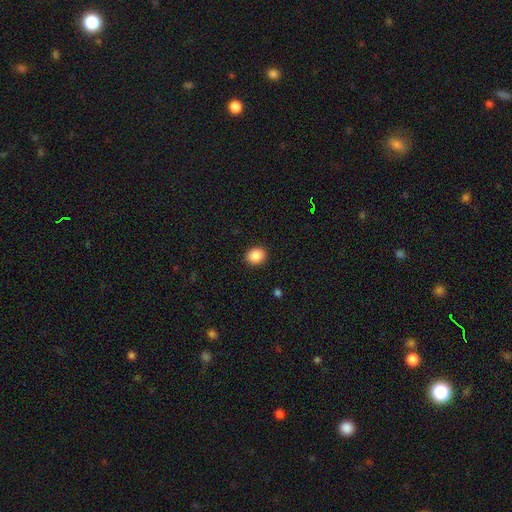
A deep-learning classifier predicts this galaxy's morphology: This is clearly a smooth galaxy (88%). How rounded: likely round (63%). Merging: clearly none (91%).